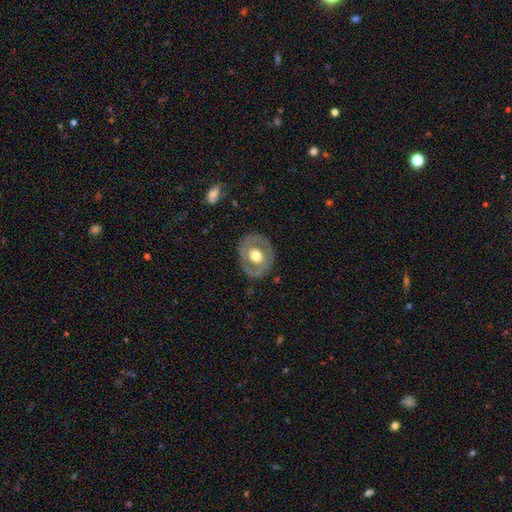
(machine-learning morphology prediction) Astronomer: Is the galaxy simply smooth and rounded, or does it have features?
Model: featured or disk — 57% (runner-up: smooth, 38%).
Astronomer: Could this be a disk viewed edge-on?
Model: no — 94%.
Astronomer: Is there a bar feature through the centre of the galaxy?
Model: no — 81%.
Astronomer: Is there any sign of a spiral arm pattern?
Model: no — 80%.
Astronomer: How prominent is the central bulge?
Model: moderate — 57% (runner-up: large, 36%).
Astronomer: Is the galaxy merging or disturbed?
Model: none — 81%.